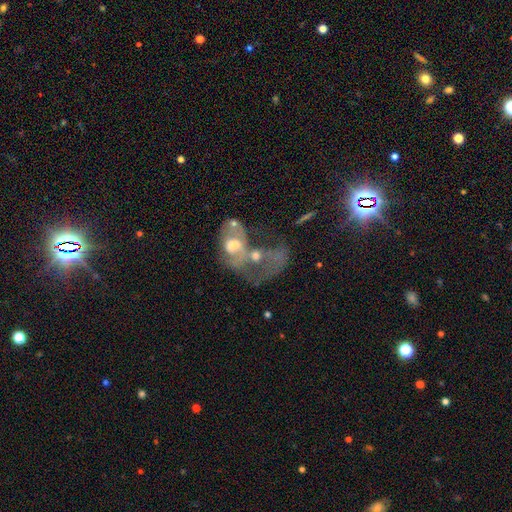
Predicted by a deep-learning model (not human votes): A featured or disk galaxy (55%) with no bar (76%), no spiral arms (68%) and a moderate central bulge (56%).

Vote fractions:
- Smooth or featured? featured or disk: 55% / smooth: 33% / star or artifact: 12%
- Edge-on disk? no: 95% / yes: 5%
- Bar? no: 76% / weak: 19% / strong: 5%
- Spiral arms? no: 68% / yes: 32%
- Bulge size? moderate: 56% / small: 22% / large: 11% / none: 9% / dominant: 2%
- Merging? merger: 65% / major disturbance: 18% / none: 10% / minor disturbance: 6%